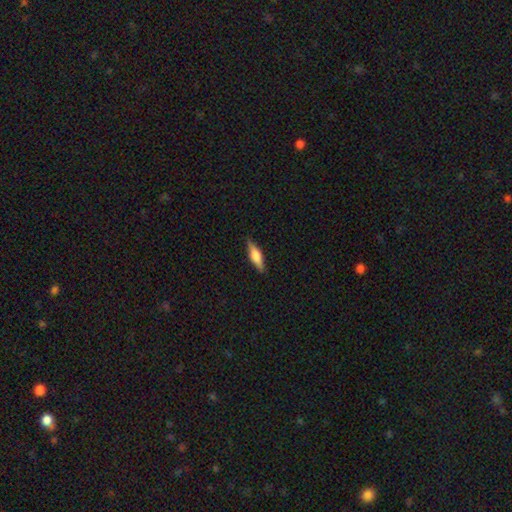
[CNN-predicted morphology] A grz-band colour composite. It shows a smooth galaxy with no disk features (57%) that is cigar-shaped (56%). Merging: none (85%).